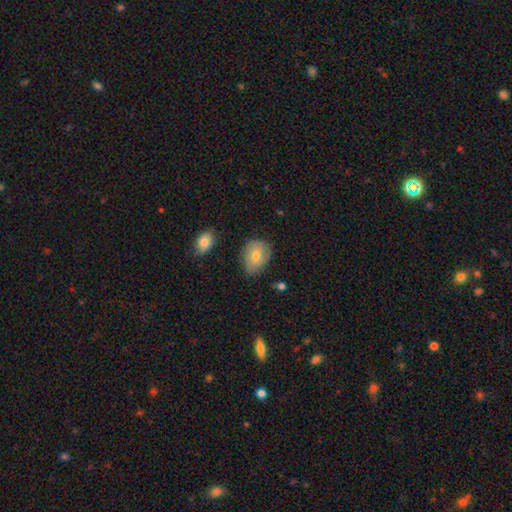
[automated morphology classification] The model was most divided on "how rounded": in between: 63%, round: 36%, cigar-shaped: 1%. More confident: merging — none (67%); smooth or featured — smooth (65%).